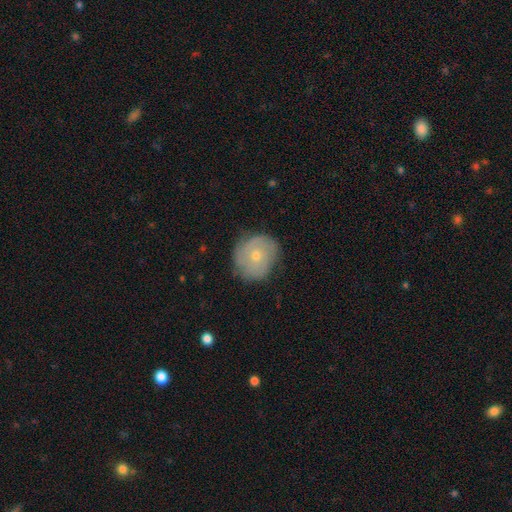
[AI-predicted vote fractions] featured or disk 52%, smooth 40%, star or artifact 8%. Down the decision tree: edge-on disk — no (96%); bar — no (83%); spiral arms — yes (73%); bulge size — small (56%); merging — none (74%).